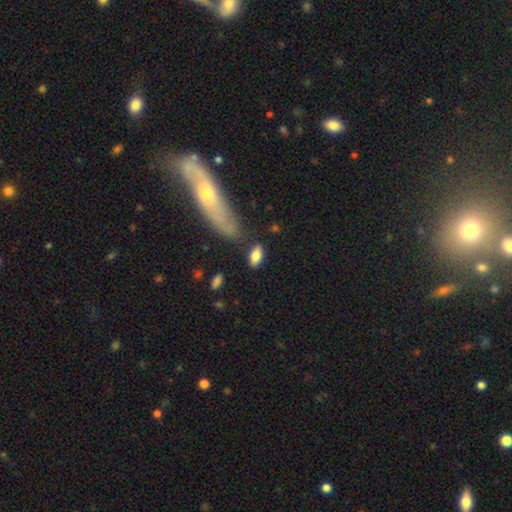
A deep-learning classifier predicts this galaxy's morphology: This is likely a smooth galaxy (77%). How rounded: clearly in between (84%). Merging: likely none (79%).